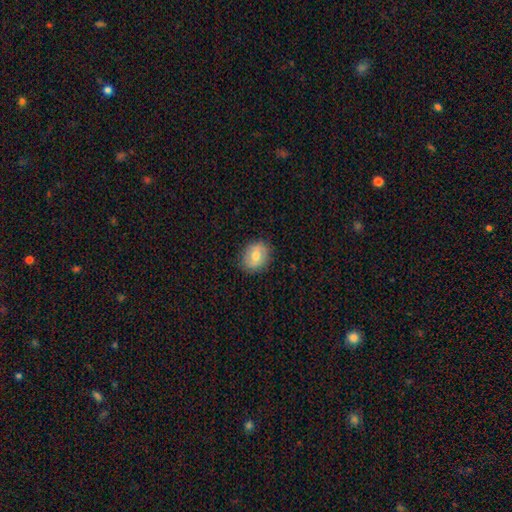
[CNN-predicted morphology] Smooth or featured? smooth (63%)
How rounded? round (50%)
Merging? none (85%)